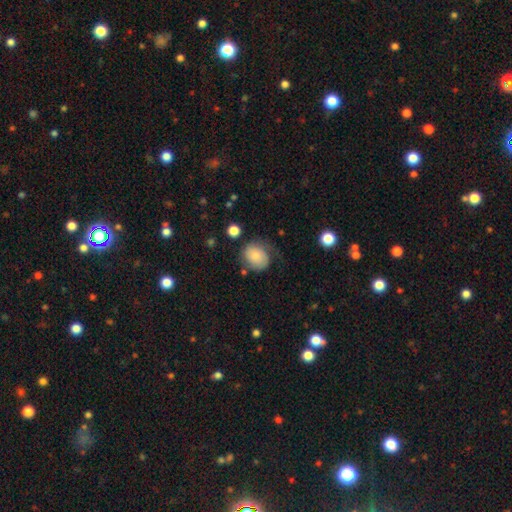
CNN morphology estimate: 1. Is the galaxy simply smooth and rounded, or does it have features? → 60% smooth, 32% featured or disk, 8% star or artifact.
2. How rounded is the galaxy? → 65% round, 34% in between, 1% cigar-shaped.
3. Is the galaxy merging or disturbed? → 49% none, 28% minor disturbance, 20% major disturbance, 3% merger.